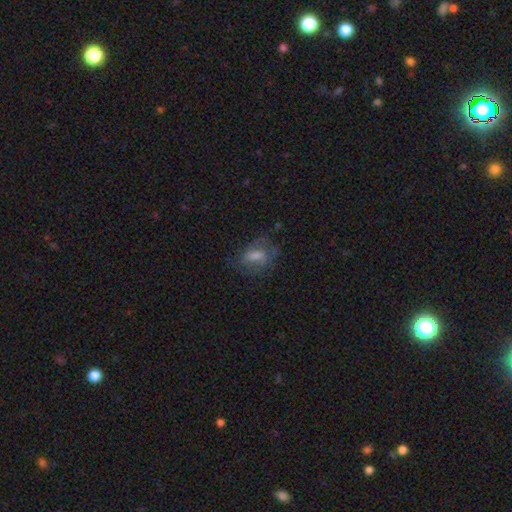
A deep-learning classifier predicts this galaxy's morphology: A smooth galaxy with no disk features (48%).

Vote fractions:
- Smooth or featured? smooth: 48% / featured or disk: 38% / star or artifact: 14%
- Merging? none: 59% / minor disturbance: 22% / major disturbance: 17% / merger: 2%